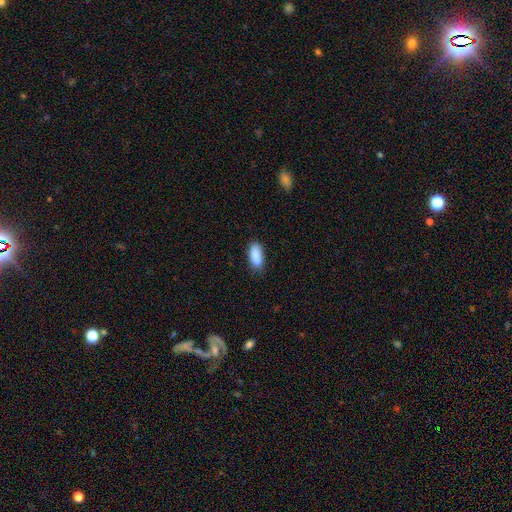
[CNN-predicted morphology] smooth 90%, star or artifact 7%, featured or disk 4%. Down the decision tree: how rounded — in between (83%); merging — none (83%).